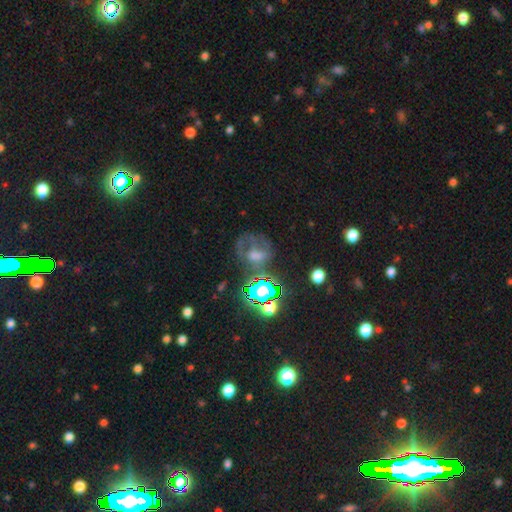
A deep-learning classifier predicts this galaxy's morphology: Smooth or featured?
  - featured or disk: 36% * (tied)
  - star or artifact: 36% * (tied)
  - smooth: 28%
Merging?
  - none: 47% *
  - major disturbance: 25%
  - minor disturbance: 19%
  - merger: 8%